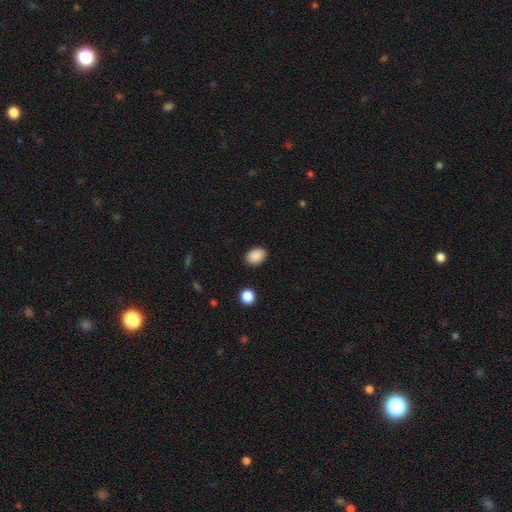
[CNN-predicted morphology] smooth 89%, star or artifact 8%, featured or disk 3%. Down the decision tree: how rounded — in between (75%); merging — none (88%).